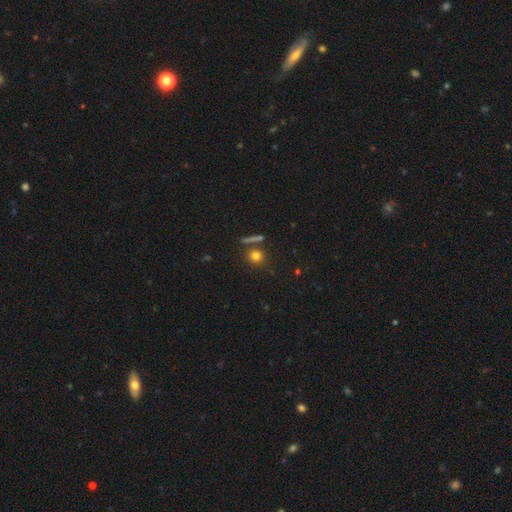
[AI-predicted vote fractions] Q: Smooth or featured?
A: smooth (76%); runner-up: star or artifact (14%)
Q: How rounded?
A: round (85%); runner-up: in between (11%)
Q: Merging?
A: none (74%); runner-up: merger (12%)